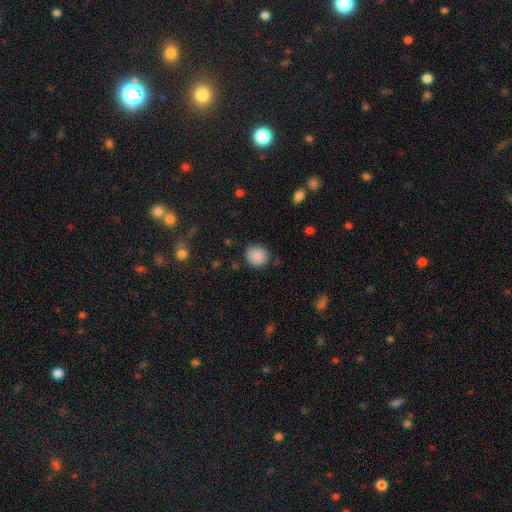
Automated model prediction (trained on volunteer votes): The model was most divided on "how rounded": round: 84%, in between: 16%, cigar-shaped: 1%. More confident: smooth or featured — smooth (88%); merging — none (84%).